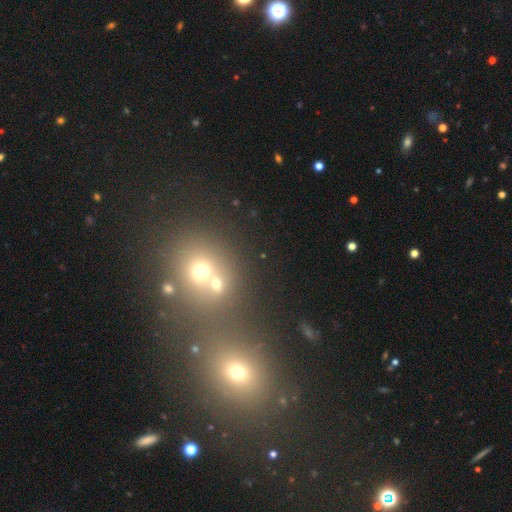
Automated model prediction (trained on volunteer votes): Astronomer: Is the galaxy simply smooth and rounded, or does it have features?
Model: star or artifact — 46% (runner-up: smooth, 42%).